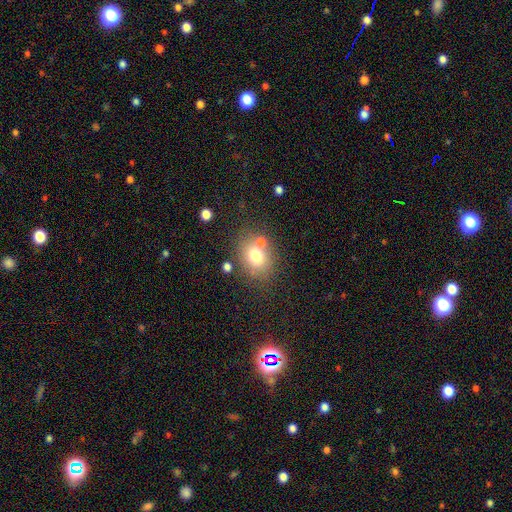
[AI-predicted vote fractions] smooth_or_featured: smooth (p=0.72) [alt: featured or disk p=0.15]
how_rounded: in between (p=0.51) [alt: round p=0.48]
merging: none (p=0.66) [alt: merger p=0.14]